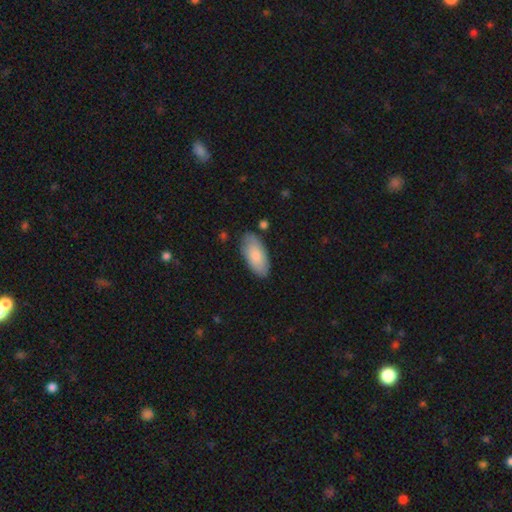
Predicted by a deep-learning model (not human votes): A smooth galaxy with no disk features (80%) that is in between round and cigar-shaped (92%).

Vote fractions:
- Smooth or featured? smooth: 80% / featured or disk: 15% / star or artifact: 5%
- How rounded? in between: 92% / cigar-shaped: 6% / round: 2%
- Merging? none: 80% / minor disturbance: 14% / major disturbance: 3% / merger: 3%